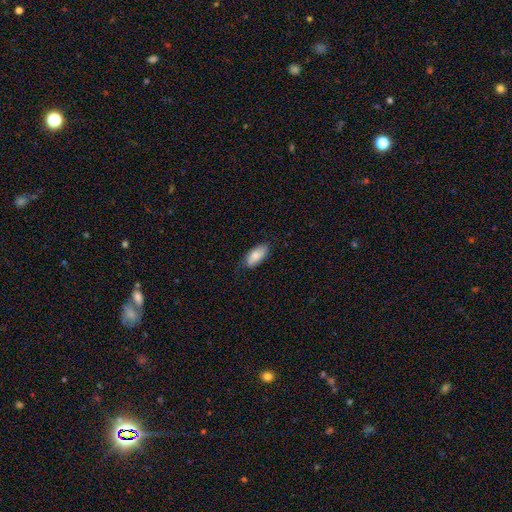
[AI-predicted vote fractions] smooth_or_featured: smooth (p=0.82) [alt: featured or disk p=0.13]
how_rounded: in between (p=0.92) [alt: cigar-shaped p=0.06]
merging: none (p=0.78) [alt: minor disturbance p=0.18]